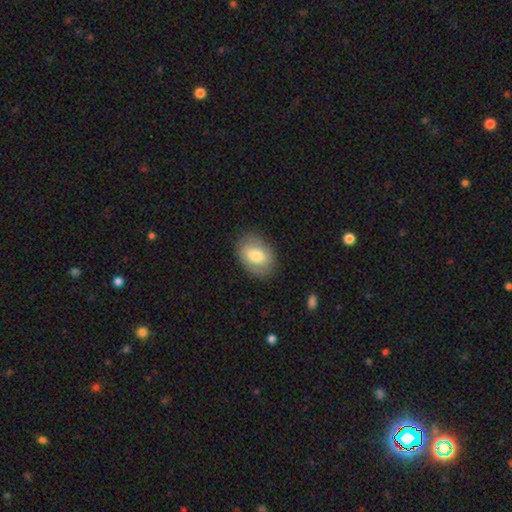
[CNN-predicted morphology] Smooth or featured: smooth — 64% (featured or disk — 29%)
How rounded: in between — 81% (round — 18%)
Merging: none — 81% (minor disturbance — 14%)